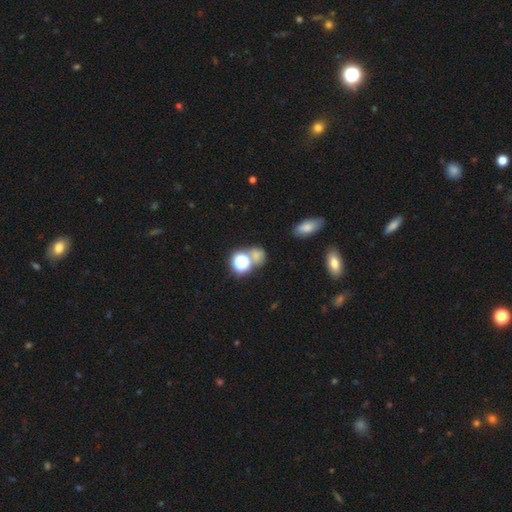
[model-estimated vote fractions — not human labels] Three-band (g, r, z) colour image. It shows a smooth galaxy with no disk features (57%) that is round (68%). Merging: none (50%).